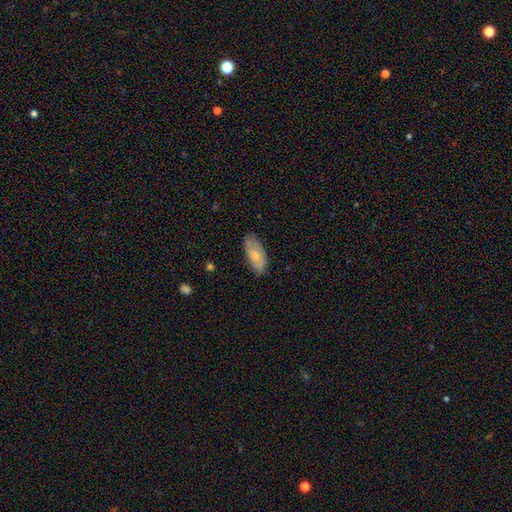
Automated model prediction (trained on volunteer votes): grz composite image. It shows a smooth galaxy with no disk features (61%) that is in between round and cigar-shaped (89%). Merging: none (76%).